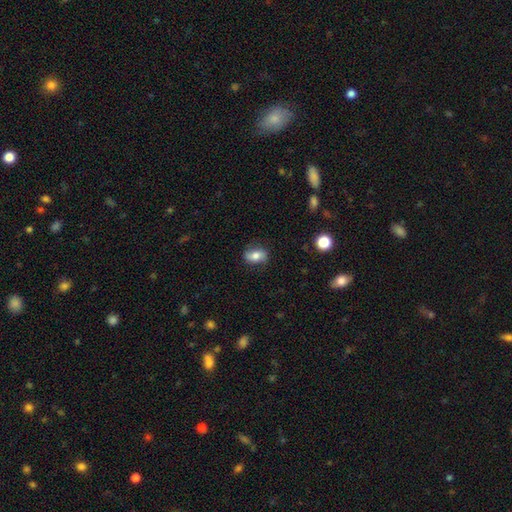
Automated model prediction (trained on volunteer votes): Q: Smooth or featured?
A: smooth (66%); runner-up: featured or disk (26%)
Q: How rounded?
A: in between (80%); runner-up: round (17%)
Q: Merging?
A: none (78%); runner-up: minor disturbance (16%)